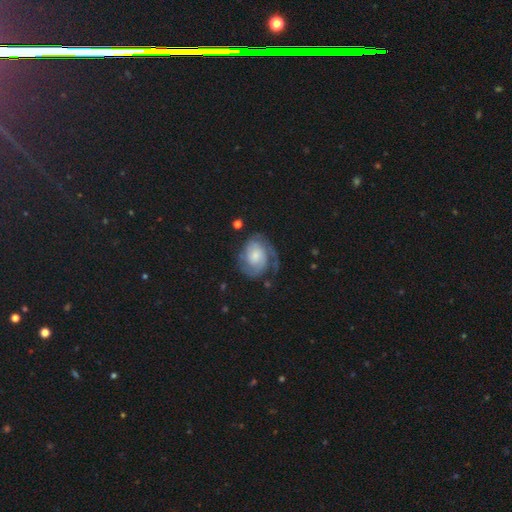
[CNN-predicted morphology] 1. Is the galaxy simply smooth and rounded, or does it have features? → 77% featured or disk, 17% smooth, 6% star or artifact.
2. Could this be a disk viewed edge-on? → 98% no, 2% yes.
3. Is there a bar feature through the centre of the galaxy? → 69% no, 27% weak, 4% strong.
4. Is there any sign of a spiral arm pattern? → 94% yes, 6% no.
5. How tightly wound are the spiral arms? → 49% tight, 37% medium, 14% loose.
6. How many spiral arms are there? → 54% 2, 17% can't tell, 15% 1, 9% 3, 3% 4, 3% more than 4.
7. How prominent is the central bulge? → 40% small, 35% moderate, 14% large, 8% none, 3% dominant.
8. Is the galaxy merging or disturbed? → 57% none, 22% minor disturbance, 19% major disturbance, 2% merger.